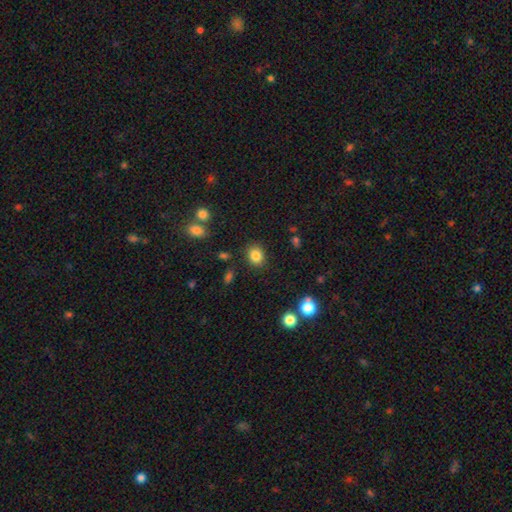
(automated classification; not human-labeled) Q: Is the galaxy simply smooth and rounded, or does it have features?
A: smooth — 84%.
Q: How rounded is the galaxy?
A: round — 59%.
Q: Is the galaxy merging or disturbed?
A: none — 86%.